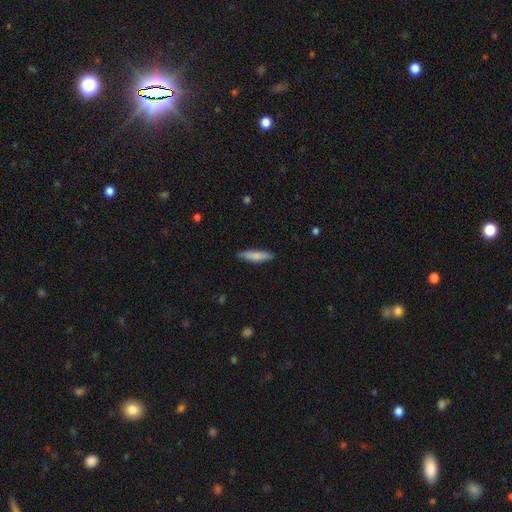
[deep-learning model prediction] Smooth or featured?
  - smooth: 81% *
  - featured or disk: 14%
  - star or artifact: 6%
How rounded?
  - cigar-shaped: 76% *
  - in between: 23%
  - round: 1%
Merging?
  - none: 86% *
  - minor disturbance: 11%
  - major disturbance: 2%
  - merger: 1%